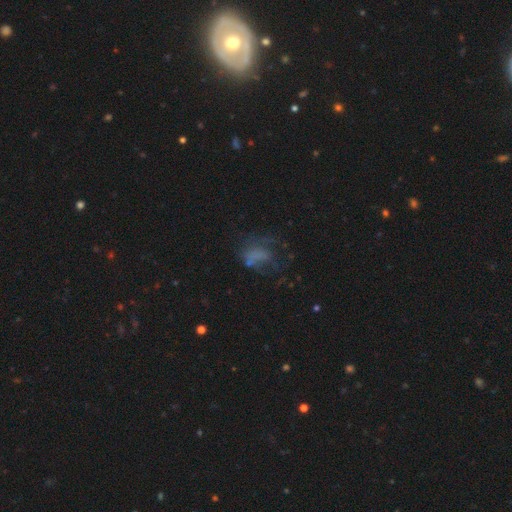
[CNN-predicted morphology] Smooth or featured: smooth — 42% (featured or disk — 38%)
Merging: major disturbance — 42% (none — 33%)